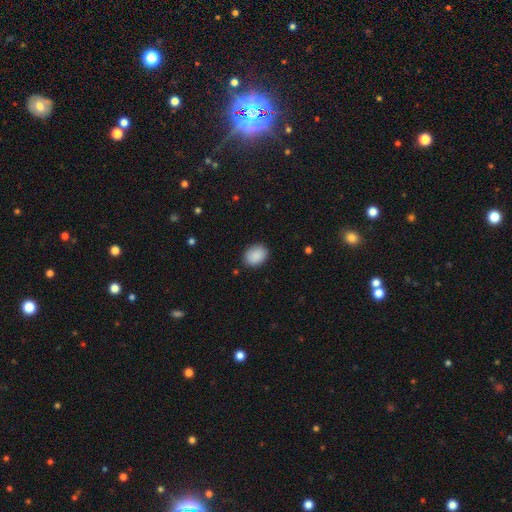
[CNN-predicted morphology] Overall: smooth (89%). How rounded: in between (64%; round 35%). Merging: none (86%).